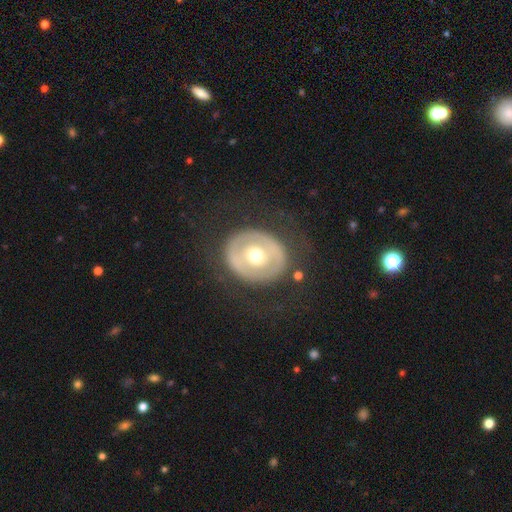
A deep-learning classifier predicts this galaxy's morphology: Smooth or featured: featured or disk — 58% (smooth — 36%)
Edge-on disk: no — 95% (yes — 5%)
Bar: no — 76% (weak — 15%)
Spiral arms: no — 86% (yes — 14%)
Bulge size: moderate — 76% (small — 12%)
Merging: none — 74% (minor disturbance — 13%)